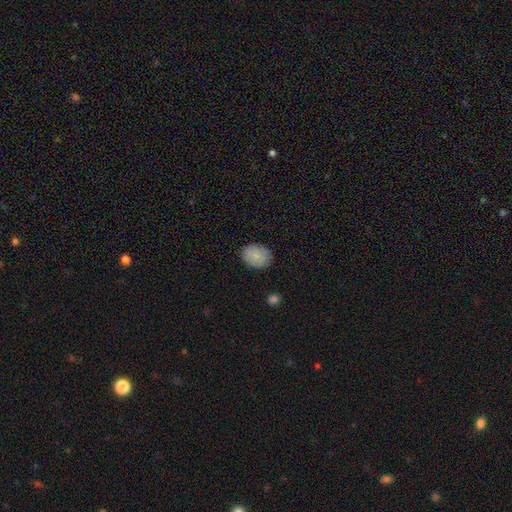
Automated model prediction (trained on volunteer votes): Smooth or featured? Predicted: smooth (p=0.87). How rounded? Predicted: in between (p=0.57). Merging? Predicted: none (p=0.87).